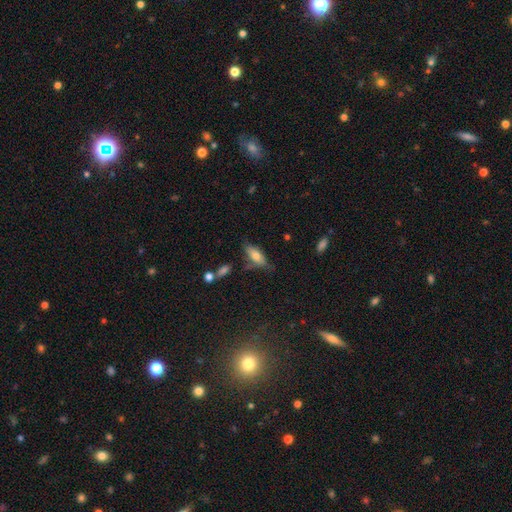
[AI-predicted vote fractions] Morphology: type=smooth (69%); roundness=in between (73%); merging=none (60%).